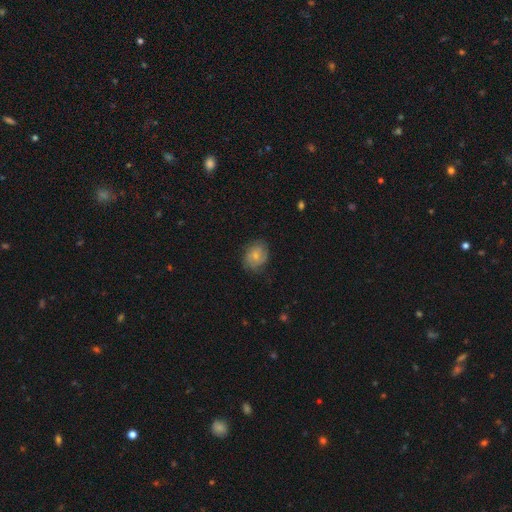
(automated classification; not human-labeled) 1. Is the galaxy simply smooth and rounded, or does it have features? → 60% smooth, 32% featured or disk, 8% star or artifact.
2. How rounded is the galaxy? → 50% round, 49% in between, 1% cigar-shaped.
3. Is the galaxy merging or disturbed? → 69% none, 23% minor disturbance, 7% major disturbance, 1% merger.